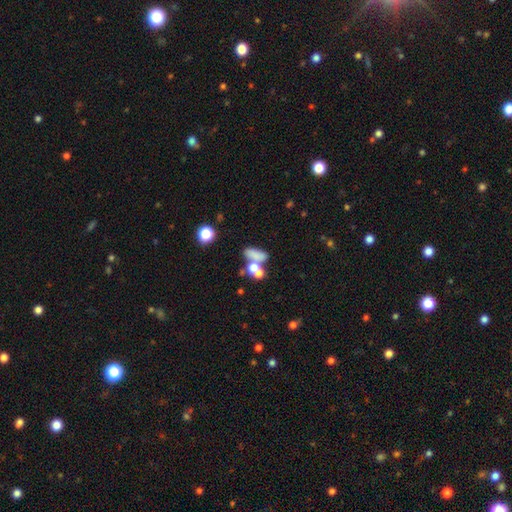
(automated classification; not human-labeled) Smooth or featured?
  - smooth: 66% *
  - featured or disk: 19%
  - star or artifact: 15%
How rounded?
  - in between: 62% *
  - round: 20%
  - cigar-shaped: 18%
Merging?
  - merger: 41% *
  - none: 38%
  - minor disturbance: 12%
  - major disturbance: 9%